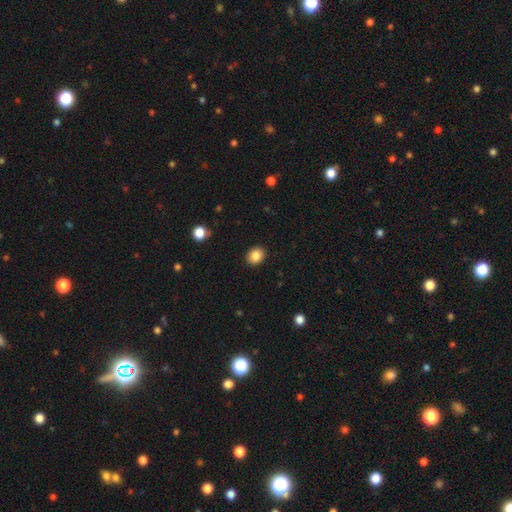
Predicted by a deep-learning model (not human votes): A smooth galaxy with no disk features (86%) that is round (50%). Merging: none (90%).